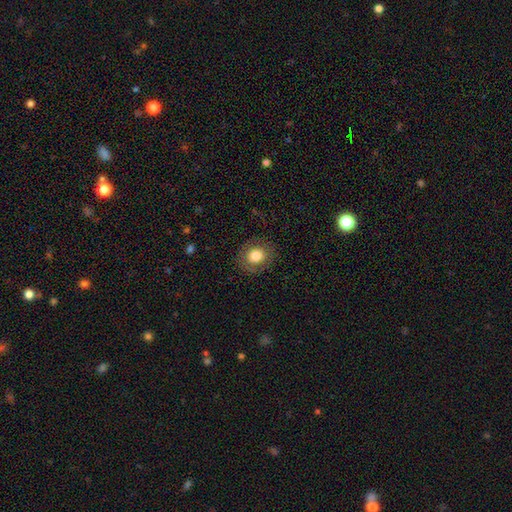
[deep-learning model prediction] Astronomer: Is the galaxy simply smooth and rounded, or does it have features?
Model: smooth — 76%.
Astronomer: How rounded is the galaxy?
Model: round — 72%.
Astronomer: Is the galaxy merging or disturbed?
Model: none — 84%.